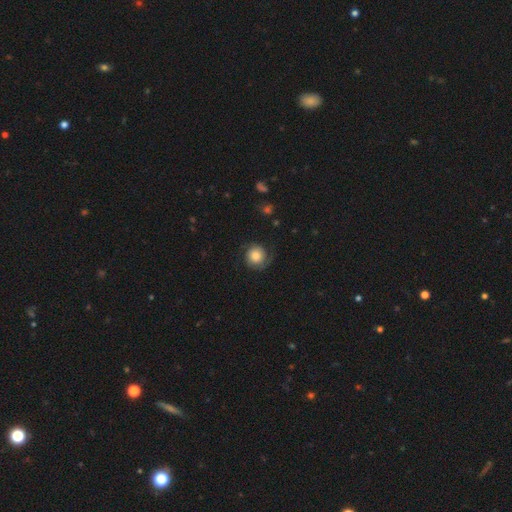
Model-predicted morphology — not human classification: Overall: smooth (57%; featured or disk 35%). How rounded: round (89%). Merging: none (69%).